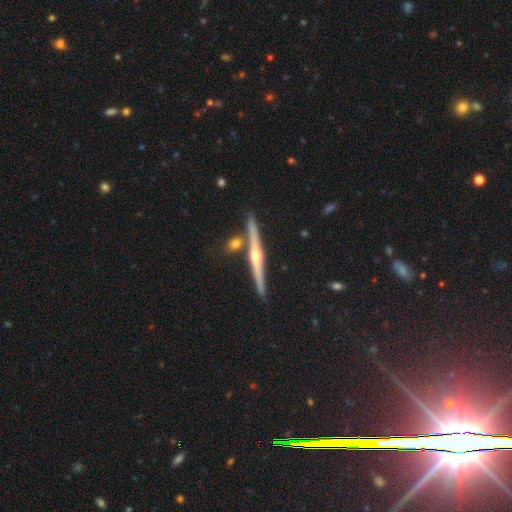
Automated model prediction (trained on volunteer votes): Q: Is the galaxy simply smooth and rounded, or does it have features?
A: featured or disk — 81%.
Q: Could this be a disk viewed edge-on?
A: yes — 98%.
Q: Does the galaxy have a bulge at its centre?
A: rounded — 88%.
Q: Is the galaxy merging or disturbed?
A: none — 86%.